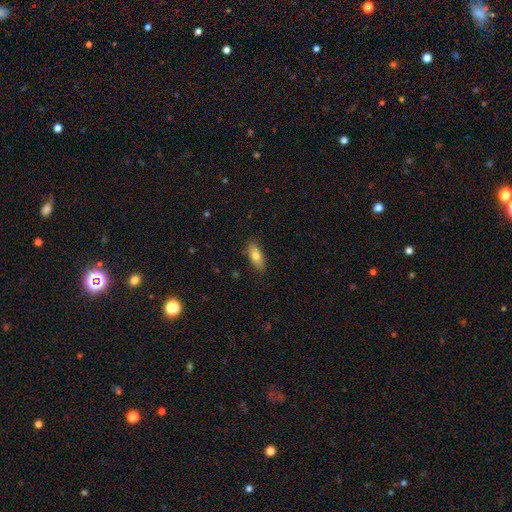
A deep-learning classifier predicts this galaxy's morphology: Q: Smooth or featured?
A: smooth (75%); runner-up: featured or disk (18%)
Q: How rounded?
A: in between (80%); runner-up: cigar-shaped (17%)
Q: Merging?
A: none (84%); runner-up: minor disturbance (13%)